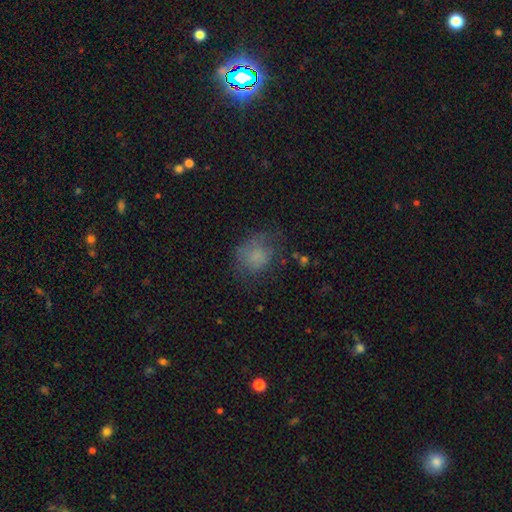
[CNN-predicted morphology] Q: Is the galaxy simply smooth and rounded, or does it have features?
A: smooth — 70%.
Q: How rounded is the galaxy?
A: round — 62%.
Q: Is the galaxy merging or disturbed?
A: none — 53%.